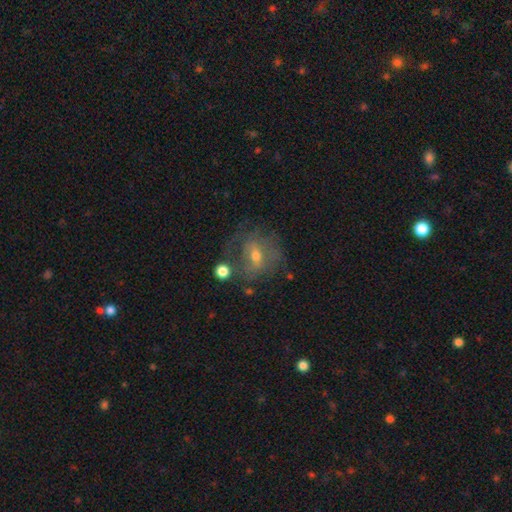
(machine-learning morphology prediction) This appears to be a featured or disk galaxy (56%) with a weak bar (44%), spiral arms (57%) and a moderate central bulge (51%). Merging: none (57%).